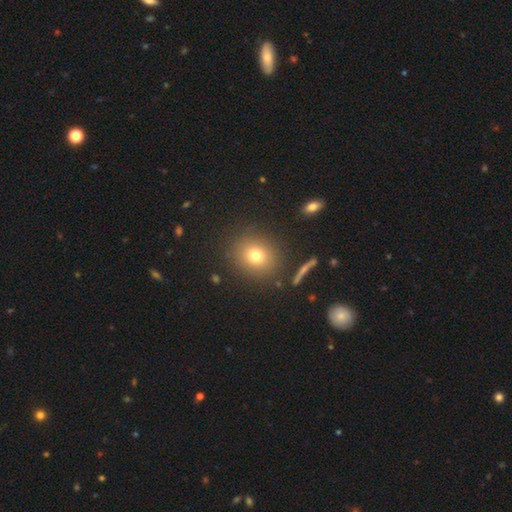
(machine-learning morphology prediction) Smooth or featured? smooth (74%)
How rounded? round (82%)
Merging? none (87%)